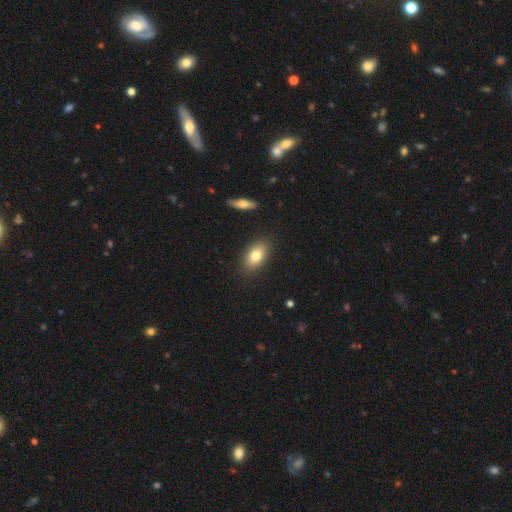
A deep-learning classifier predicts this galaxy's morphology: smooth-or-featured: smooth: 79% | featured or disk: 13% | star or artifact: 8%
  how-rounded: in between: 88% | round: 8% | cigar-shaped: 4%
  merging: none: 87% | minor disturbance: 9% | major disturbance: 2% | merger: 2%